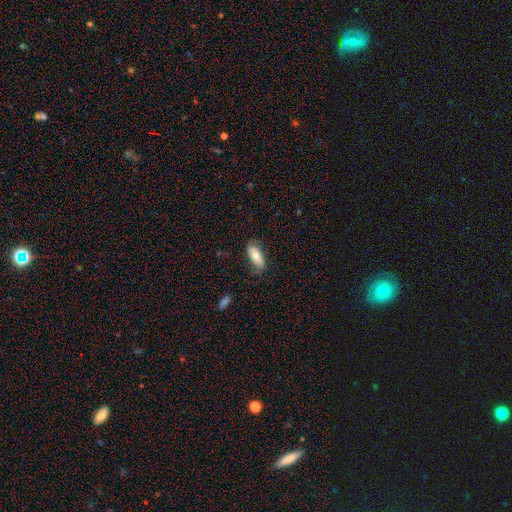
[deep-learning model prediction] Smooth or featured? smooth (69%)
How rounded? in between (81%)
Merging? none (72%)